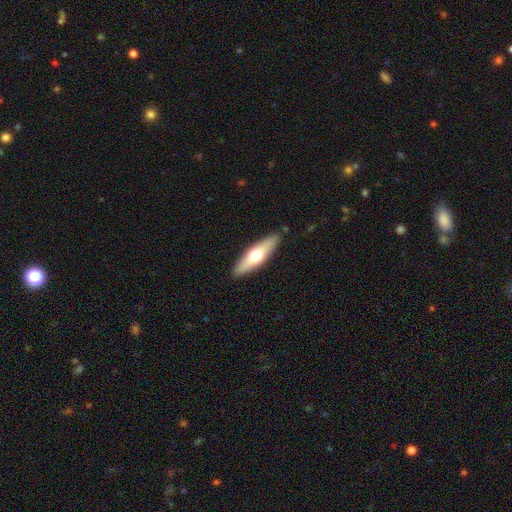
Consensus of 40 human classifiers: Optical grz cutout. It shows a smooth galaxy with no disk features (52%) that is cigar-shaped (67%). Merging: none (80%).